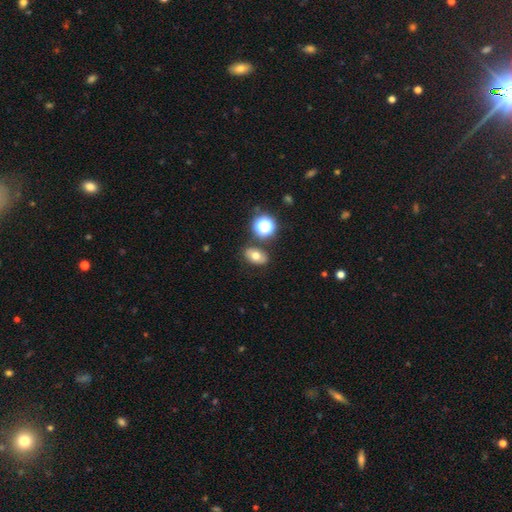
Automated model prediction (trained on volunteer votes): smooth_or_featured: smooth (p=0.68) [alt: featured or disk p=0.17]
how_rounded: in between (p=0.78) [alt: round p=0.20]
merging: none (p=0.80) [alt: minor disturbance p=0.11]